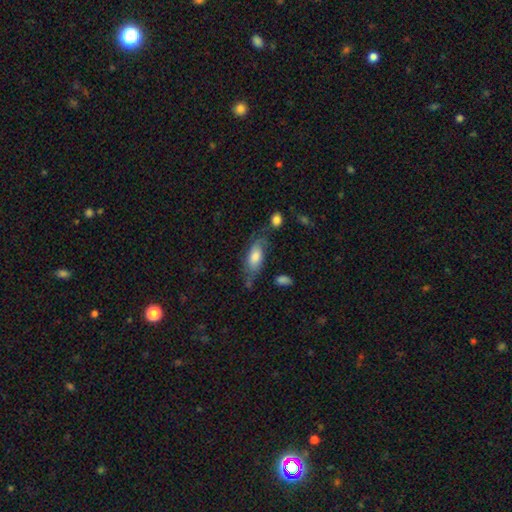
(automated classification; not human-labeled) This is likely a smooth galaxy (68%). How rounded: clearly in between (83%). Merging: possibly none (51%).